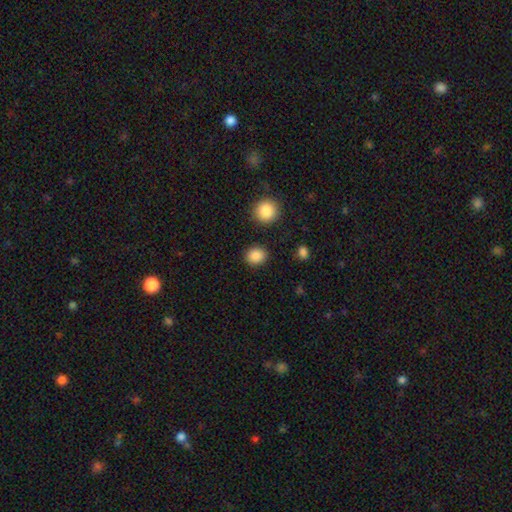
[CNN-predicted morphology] Smooth or featured?
  - smooth: 87% *
  - star or artifact: 9%
  - featured or disk: 3%
How rounded?
  - round: 75% *
  - in between: 24%
  - cigar-shaped: 1%
Merging?
  - none: 88% *
  - minor disturbance: 7%
  - major disturbance: 3%
  - merger: 3%